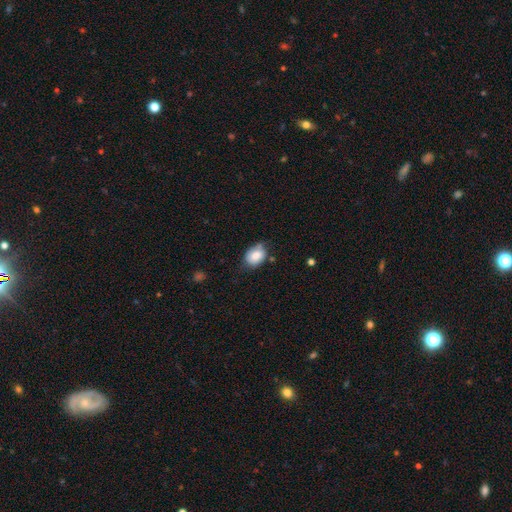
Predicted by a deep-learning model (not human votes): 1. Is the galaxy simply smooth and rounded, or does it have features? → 78% smooth, 14% featured or disk, 8% star or artifact.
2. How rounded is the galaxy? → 69% in between, 30% round, 1% cigar-shaped.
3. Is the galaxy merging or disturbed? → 58% none, 30% minor disturbance, 7% major disturbance, 5% merger.